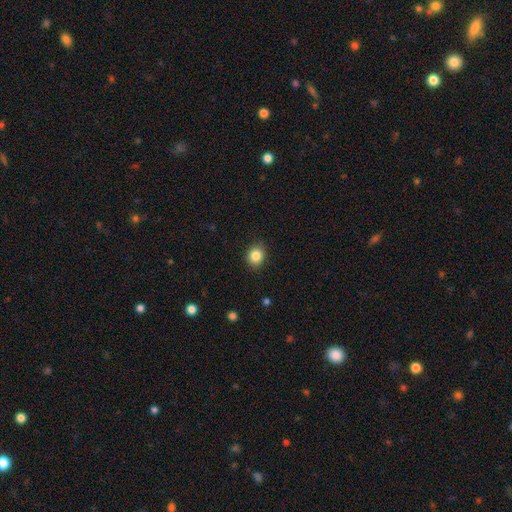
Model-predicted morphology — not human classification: smooth 84%, star or artifact 10%, featured or disk 5%. Down the decision tree: how rounded — round (73%); merging — none (88%).